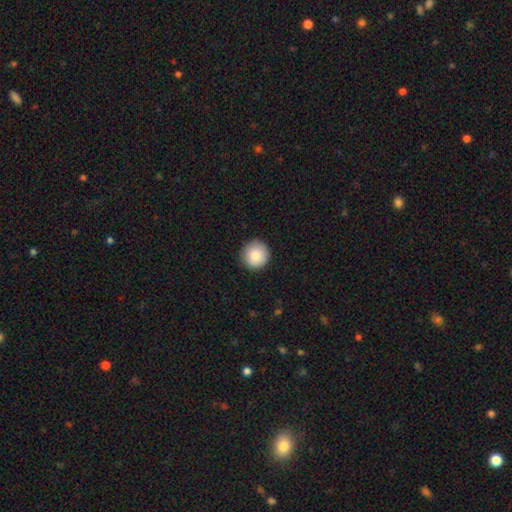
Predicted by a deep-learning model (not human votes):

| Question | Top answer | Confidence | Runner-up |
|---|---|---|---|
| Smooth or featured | smooth | 86% | star or artifact (8%) |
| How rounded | round | 95% | in between (4%) |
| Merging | none | 91% | minor disturbance (7%) |